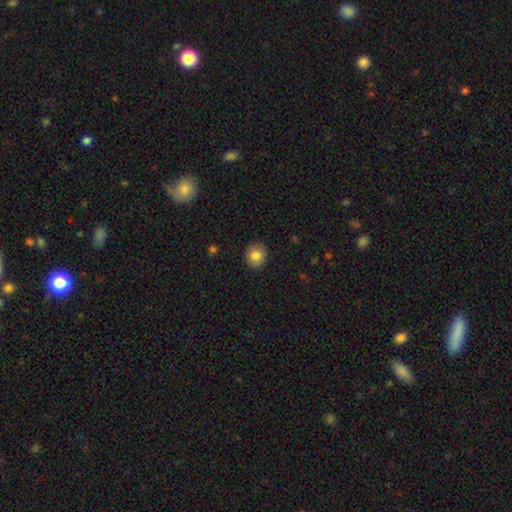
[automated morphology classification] Q: Smooth or featured?
A: smooth (84%); runner-up: star or artifact (9%)
Q: How rounded?
A: round (83%); runner-up: in between (17%)
Q: Merging?
A: none (90%); runner-up: minor disturbance (7%)